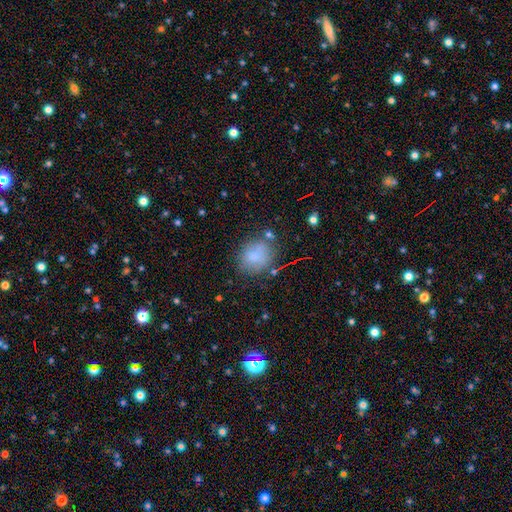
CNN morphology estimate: smooth_or_featured: smooth (p=0.79) [alt: star or artifact p=0.10]
how_rounded: round (p=0.61) [alt: in between p=0.37]
merging: none (p=0.65) [alt: minor disturbance p=0.21]